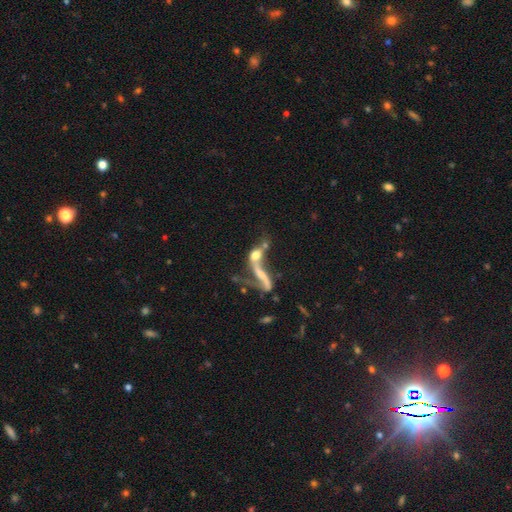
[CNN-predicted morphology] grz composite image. It shows a featured or disk galaxy (53%). Merging: merger (59%).